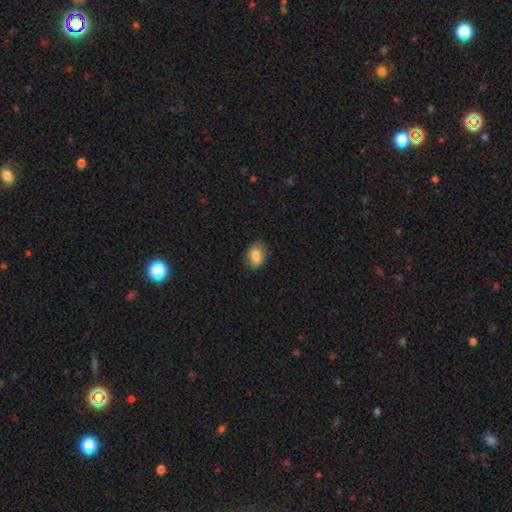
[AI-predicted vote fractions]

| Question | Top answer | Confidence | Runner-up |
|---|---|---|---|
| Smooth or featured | smooth | 83% | featured or disk (9%) |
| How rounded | in between | 76% | round (23%) |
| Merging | none | 82% | minor disturbance (14%) |